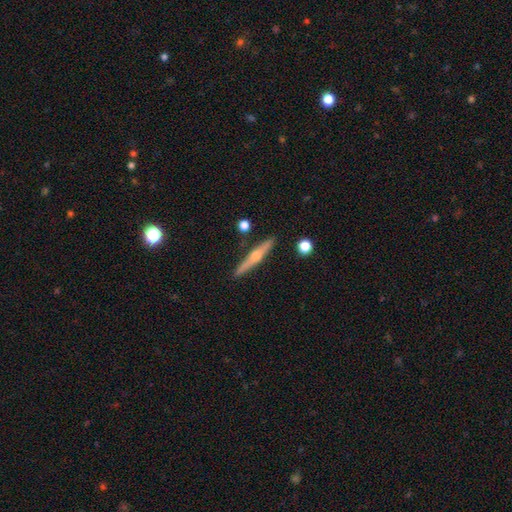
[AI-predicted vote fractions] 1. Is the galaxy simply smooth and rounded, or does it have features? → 66% featured or disk, 28% smooth, 6% star or artifact.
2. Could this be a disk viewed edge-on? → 97% yes, 3% no.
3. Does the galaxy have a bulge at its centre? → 87% rounded, 8% none, 5% boxy.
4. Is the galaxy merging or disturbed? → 89% none, 7% minor disturbance, 2% merger, 2% major disturbance.